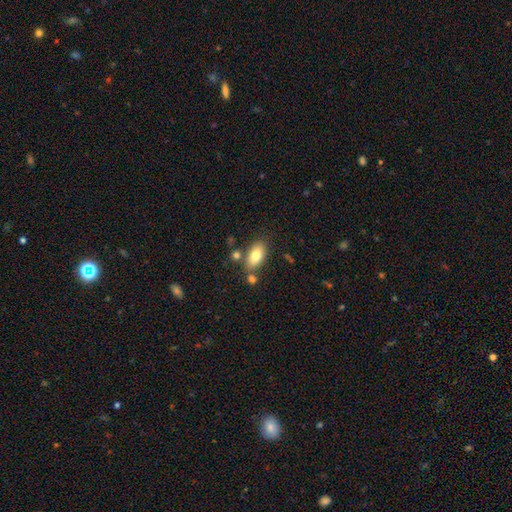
This is clearly a smooth galaxy (84%). How rounded: clearly in between (84%). Merging: likely none (74%).